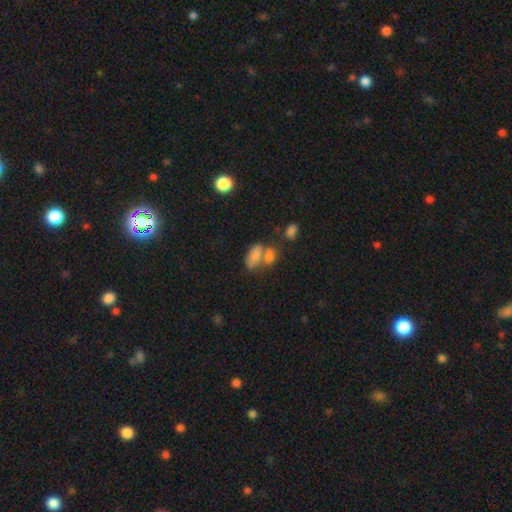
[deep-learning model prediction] smooth_or_featured: smooth (p=0.75) [alt: featured or disk p=0.15]
how_rounded: in between (p=0.89) [alt: round p=0.06]
merging: merger (p=0.55) [alt: none p=0.27]